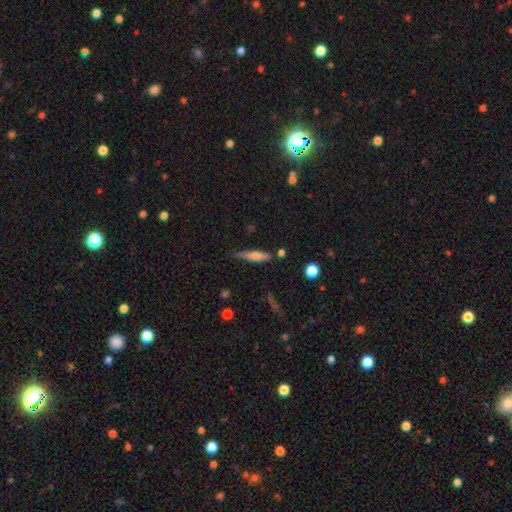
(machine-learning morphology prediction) Q: Smooth or featured?
A: smooth (61%); runner-up: featured or disk (31%)
Q: How rounded?
A: cigar-shaped (80%); runner-up: in between (18%)
Q: Merging?
A: none (68%); runner-up: minor disturbance (22%)